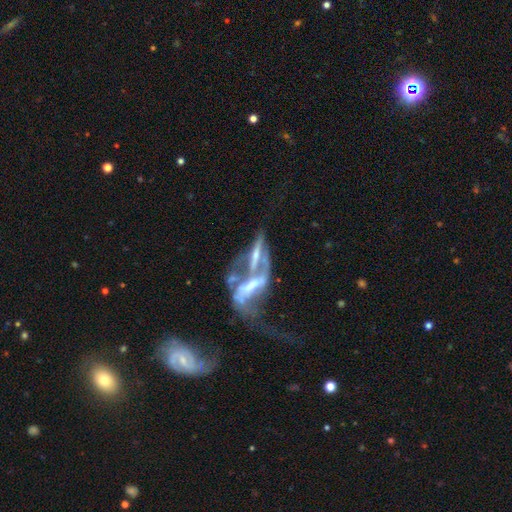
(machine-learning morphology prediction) Smooth or featured? featured or disk (70%)
Edge-on disk? no (79%)
Bar? no (49%)
Spiral arms? no (60%)
Bulge size? none (32%)
Merging? merger (60%)